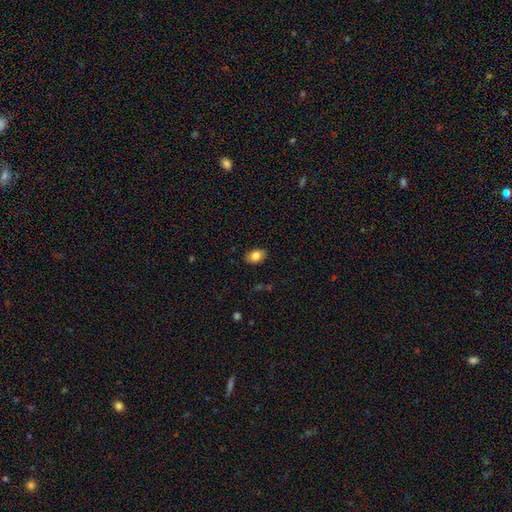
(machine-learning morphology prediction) Overall: smooth (82%). How rounded: in between (82%). Merging: none (86%).